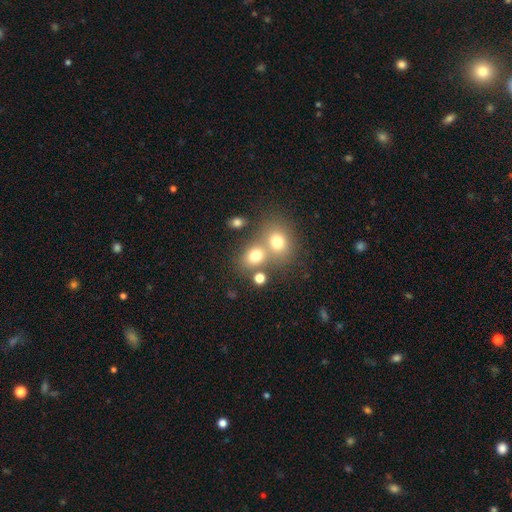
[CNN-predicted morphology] Smooth or featured?
  - smooth: 74% *
  - star or artifact: 14%
  - featured or disk: 13%
How rounded?
  - round: 57% *
  - in between: 41%
  - cigar-shaped: 1%
Merging?
  - merger: 46% *
  - none: 41%
  - minor disturbance: 8%
  - major disturbance: 4%